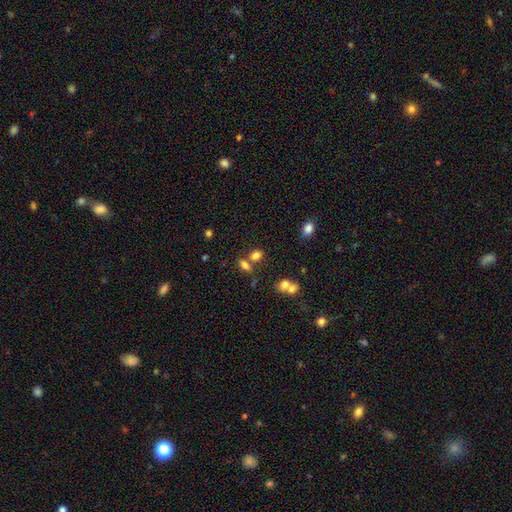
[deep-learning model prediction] This is likely a smooth galaxy (77%). How rounded: likely in between (76%). Merging: possibly none (51%).